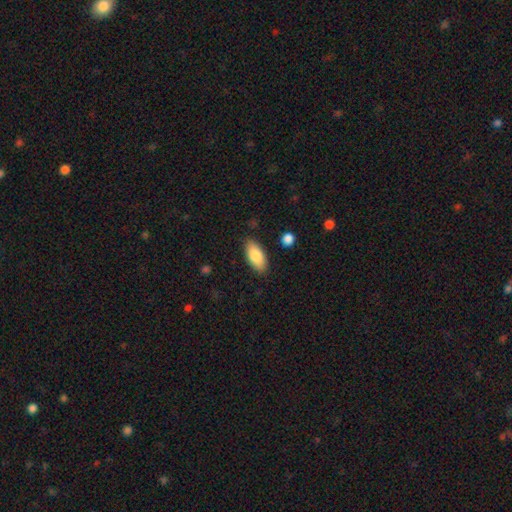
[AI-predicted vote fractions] smooth 85%, featured or disk 9%, star or artifact 6%. Down the decision tree: how rounded — in between (90%); merging — none (86%).